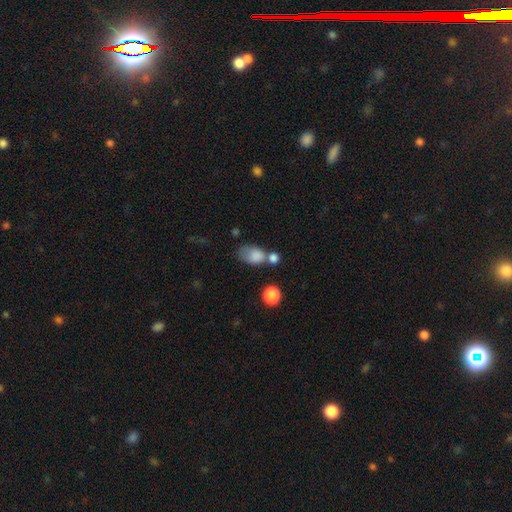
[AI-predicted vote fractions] smooth-or-featured: smooth: 81% | star or artifact: 10% | featured or disk: 10%
  how-rounded: in between: 78% | round: 20% | cigar-shaped: 2%
  merging: none: 34% | merger: 31% | minor disturbance: 22% | major disturbance: 14%